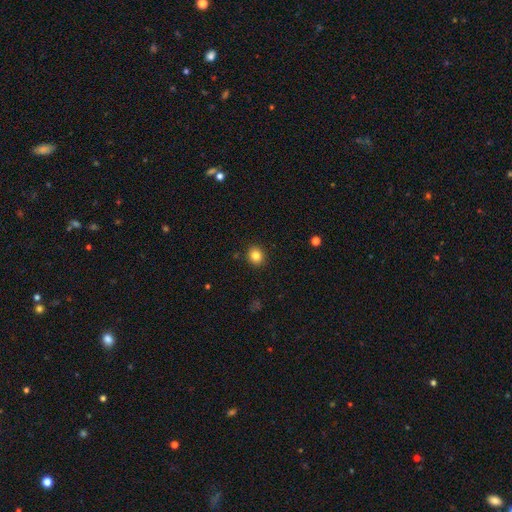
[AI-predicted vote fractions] This is clearly a smooth galaxy (84%). How rounded: clearly round (81%). Merging: clearly none (91%).